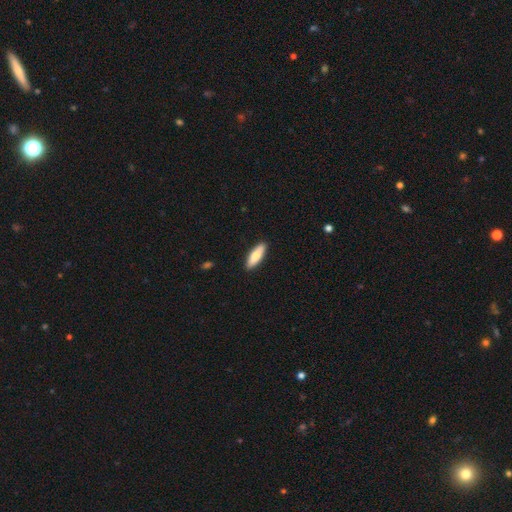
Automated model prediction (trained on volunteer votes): A smooth galaxy with no disk features (77%) that is in between round and cigar-shaped (53%).

Vote fractions:
- Smooth or featured? smooth: 77% / featured or disk: 18% / star or artifact: 5%
- How rounded? in between: 53% / cigar-shaped: 45% / round: 2%
- Merging? none: 90% / minor disturbance: 8% / major disturbance: 2% / merger: 1%